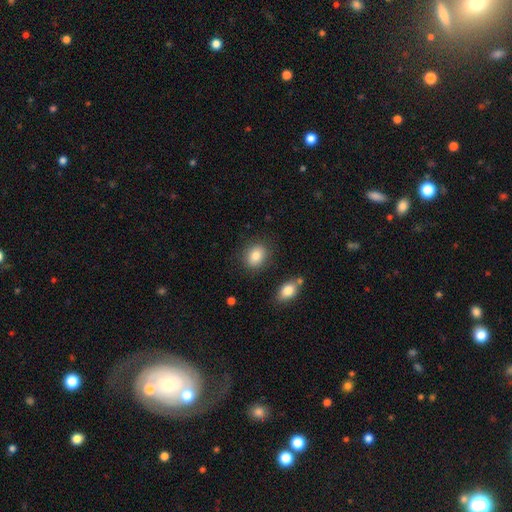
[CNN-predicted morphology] smooth_or_featured: smooth (p=0.84) [alt: star or artifact p=0.08]
how_rounded: in between (p=0.53) [alt: round p=0.46]
merging: none (p=0.83) [alt: minor disturbance p=0.11]